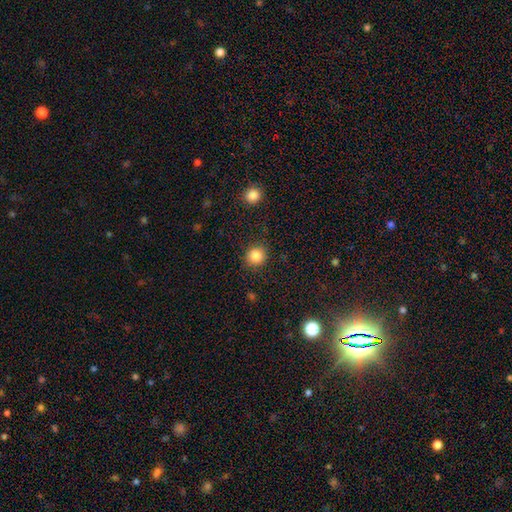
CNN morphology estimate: type=smooth (86%); roundness=round (90%); merging=none (87%).